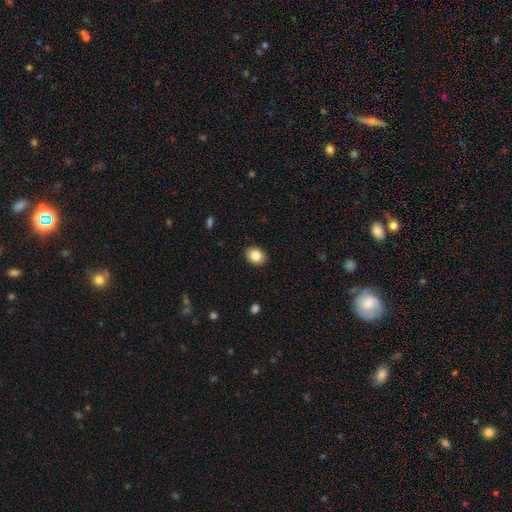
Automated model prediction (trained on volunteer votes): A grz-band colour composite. It shows a smooth galaxy with no disk features (84%) that is round (53%). Merging: none (91%).